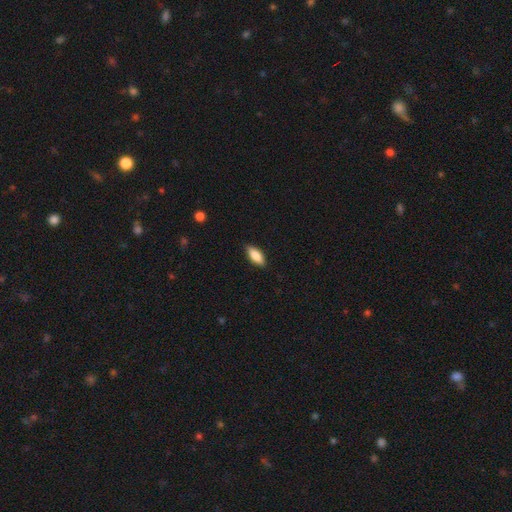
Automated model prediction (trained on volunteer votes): Morphology: type=smooth (82%); roundness=in between (78%); merging=none (86%).